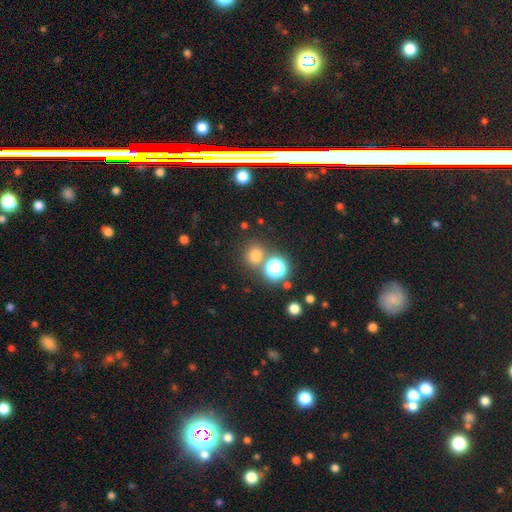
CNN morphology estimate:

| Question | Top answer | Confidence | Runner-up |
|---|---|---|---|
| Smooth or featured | smooth | 70% | star or artifact (24%) |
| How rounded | round | 89% | in between (10%) |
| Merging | none | 76% | merger (14%) |